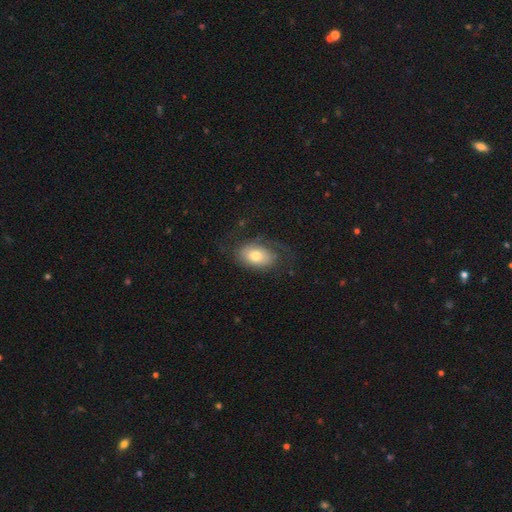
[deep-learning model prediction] A smooth galaxy with no disk features (64%) that is in between round and cigar-shaped (88%). Merging: none (55%).